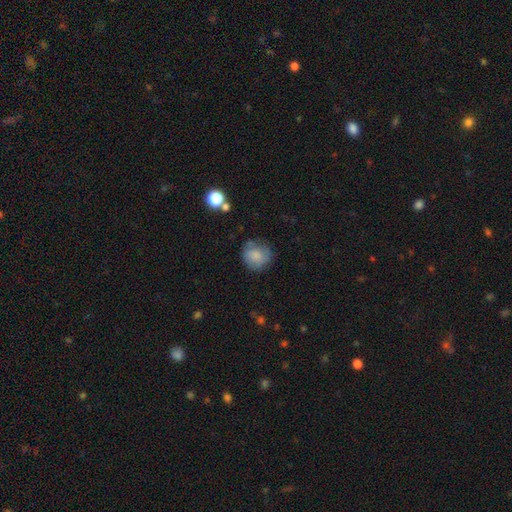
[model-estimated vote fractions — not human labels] A smooth galaxy with no disk features (79%) that is round (85%). Merging: none (67%).